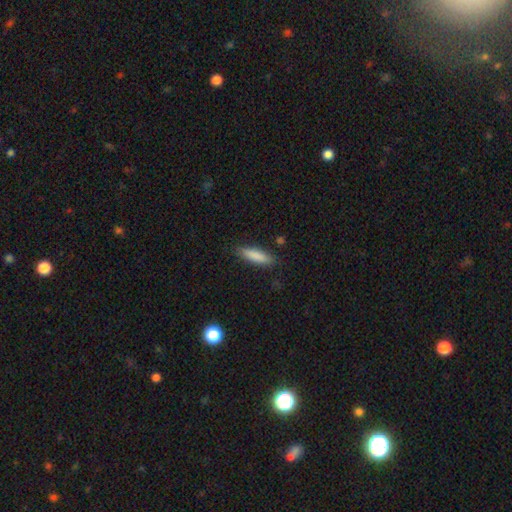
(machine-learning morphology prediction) smooth 85%, featured or disk 9%, star or artifact 6%. Down the decision tree: how rounded — cigar-shaped (65%); merging — none (85%).